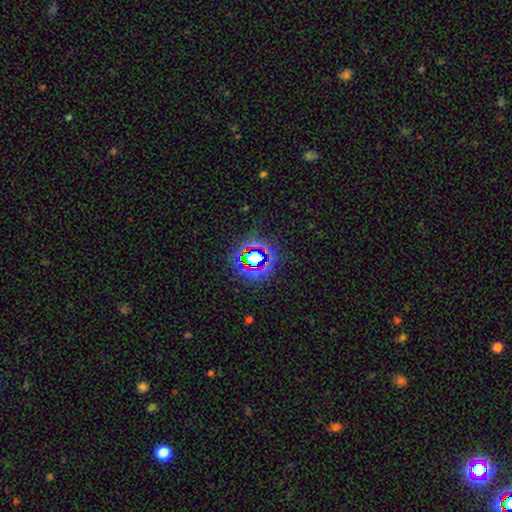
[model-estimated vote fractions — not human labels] Q: Smooth or featured?
A: star or artifact (76%); runner-up: smooth (15%)